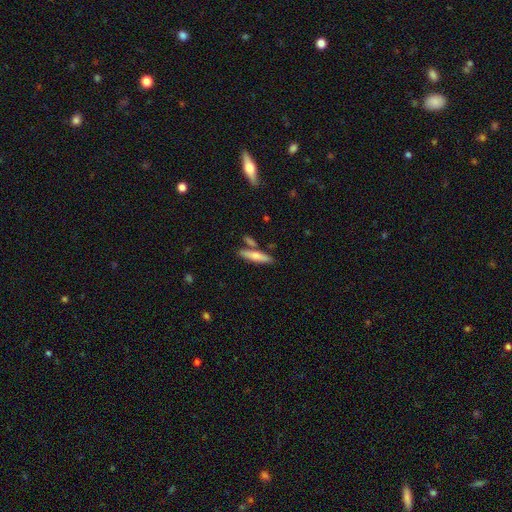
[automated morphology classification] smooth_or_featured: smooth (p=0.68) [alt: featured or disk p=0.26]
how_rounded: cigar-shaped (p=0.80) [alt: in between p=0.18]
merging: none (p=0.74) [alt: merger p=0.13]